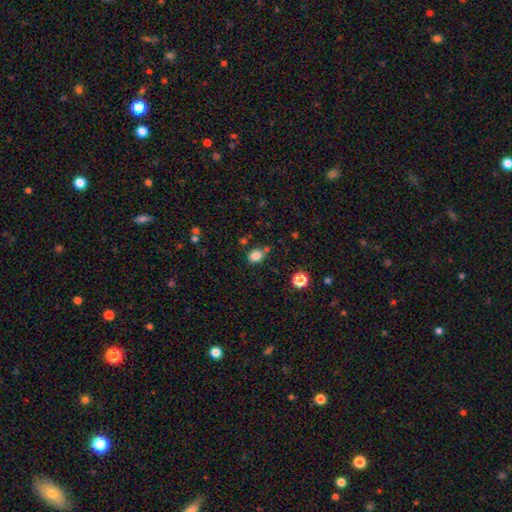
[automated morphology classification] This appears to be a smooth galaxy with no disk features (83%) that is round (56%). Merging: none (71%).